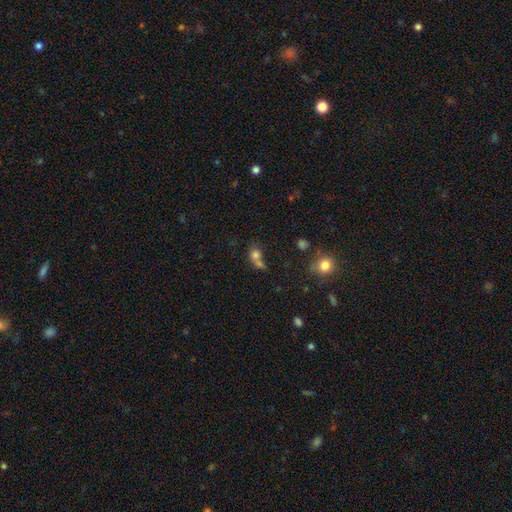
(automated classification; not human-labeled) Smooth or featured? Predicted: smooth (p=0.73). How rounded? Predicted: round (p=0.54). Merging? Predicted: merger (p=0.50).